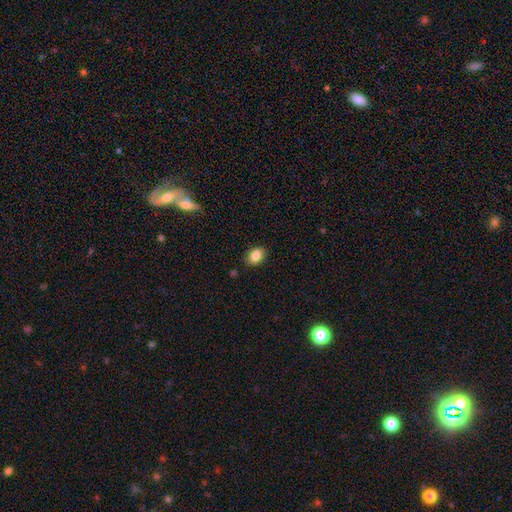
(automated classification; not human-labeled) Smooth or featured?
  - smooth: 84% *
  - star or artifact: 9%
  - featured or disk: 7%
How rounded?
  - in between: 75% *
  - round: 24%
  - cigar-shaped: 1%
Merging?
  - none: 85% *
  - minor disturbance: 11%
  - major disturbance: 2%
  - merger: 2%